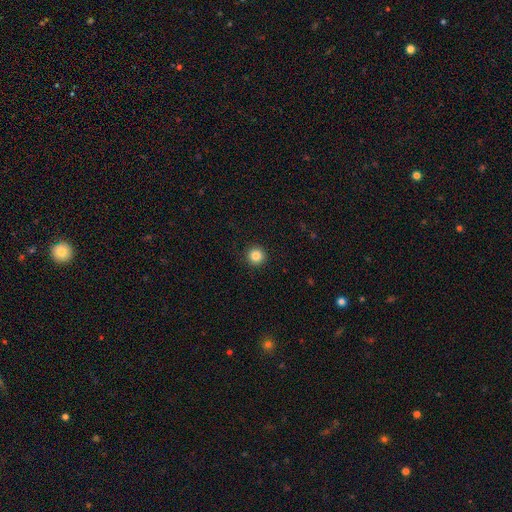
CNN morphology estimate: This appears to be a smooth galaxy with no disk features (85%) that is round (95%). Merging: none (93%).